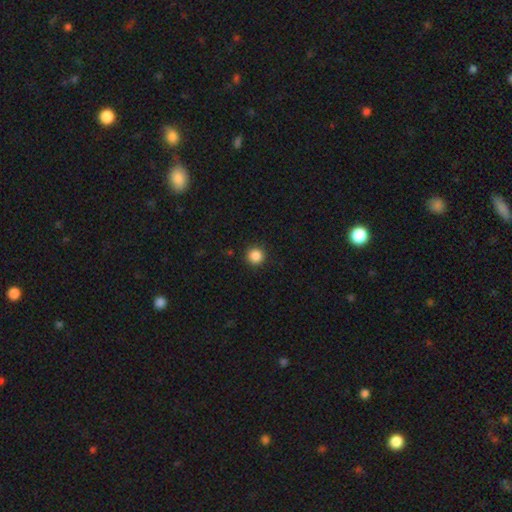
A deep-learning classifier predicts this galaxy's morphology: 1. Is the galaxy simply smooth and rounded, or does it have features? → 86% smooth, 11% star or artifact, 3% featured or disk.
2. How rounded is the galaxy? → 95% round, 4% in between, 1% cigar-shaped.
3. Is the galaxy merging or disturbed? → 92% none, 6% minor disturbance, 2% major disturbance, 1% merger.